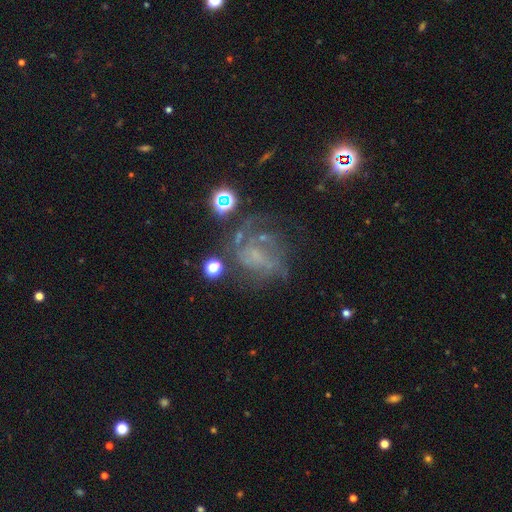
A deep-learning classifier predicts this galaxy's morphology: smooth_or_featured: featured or disk (p=0.57) [alt: star or artifact p=0.24]
disk_edge_on: no (p=0.97) [alt: yes p=0.03]
bar: no (p=0.65) [alt: weak p=0.27]
has_spiral_arms: yes (p=0.64) [alt: no p=0.36]
bulge_size: none (p=0.52) [alt: small p=0.34]
merging: none (p=0.47) [alt: major disturbance p=0.28]